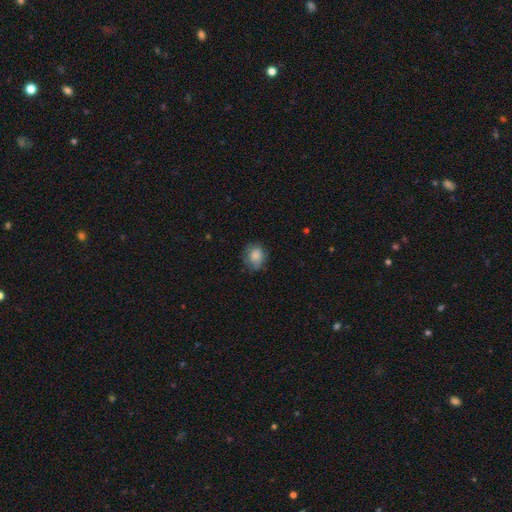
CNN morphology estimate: Smooth or featured?
  - smooth: 78% *
  - featured or disk: 13%
  - star or artifact: 9%
How rounded?
  - round: 60% *
  - in between: 39%
  - cigar-shaped: 1%
Merging?
  - none: 66% *
  - minor disturbance: 24%
  - major disturbance: 8%
  - merger: 1%